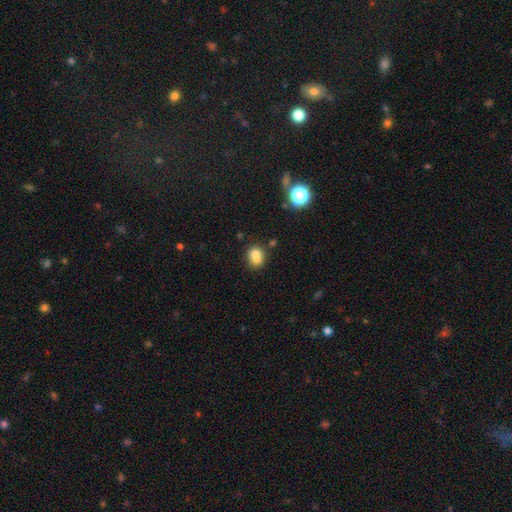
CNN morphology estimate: Smooth or featured? smooth (74%)
How rounded? round (59%)
Merging? none (44%)